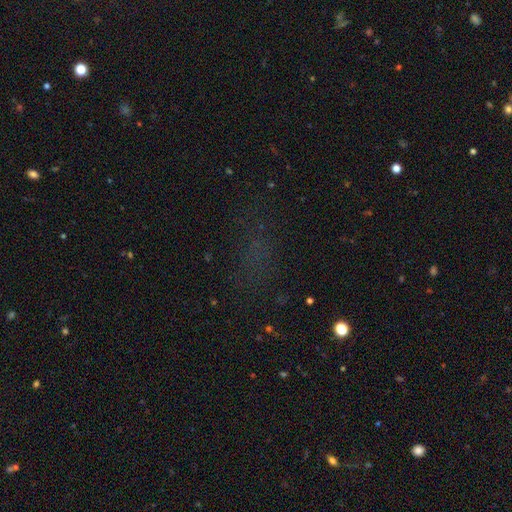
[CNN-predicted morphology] Q: Smooth or featured?
A: star or artifact (53%); runner-up: smooth (33%)